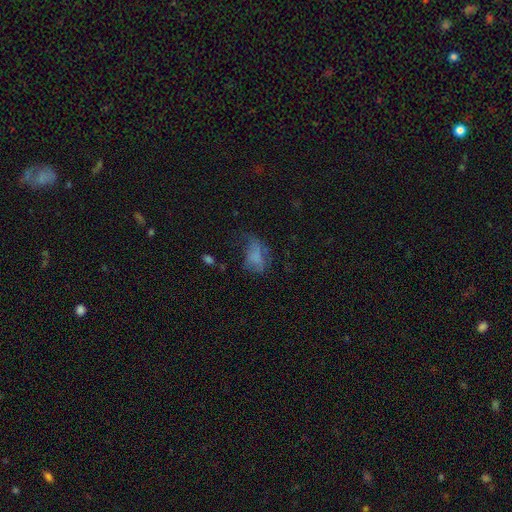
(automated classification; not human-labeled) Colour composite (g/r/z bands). It shows a smooth galaxy with no disk features (58%) that is in between round and cigar-shaped (84%). Merging: major disturbance (43%).